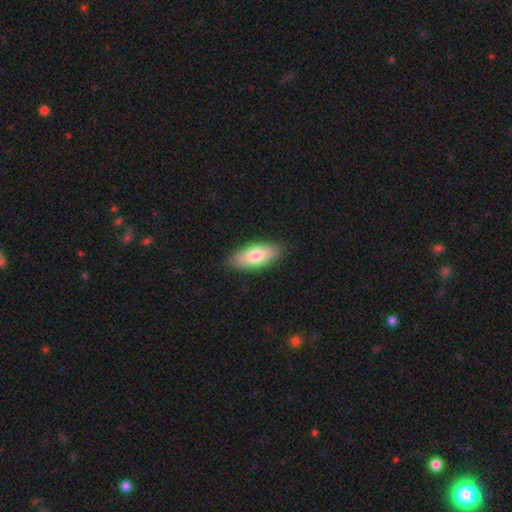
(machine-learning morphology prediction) Smooth or featured? smooth (78%)
How rounded? in between (83%)
Merging? none (87%)